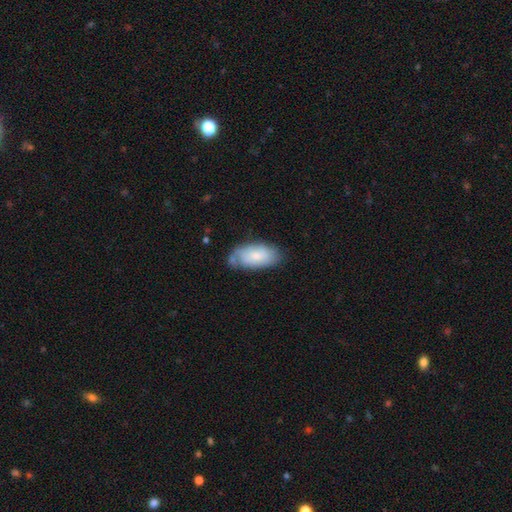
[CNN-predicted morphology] Q: Smooth or featured?
A: smooth (72%); runner-up: featured or disk (22%)
Q: How rounded?
A: in between (93%); runner-up: cigar-shaped (5%)
Q: Merging?
A: none (61%); runner-up: minor disturbance (26%)